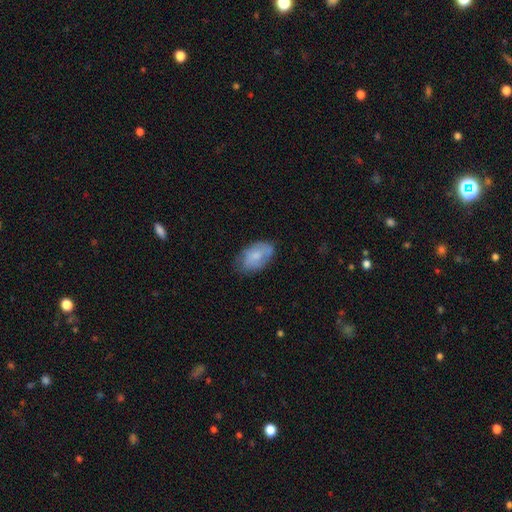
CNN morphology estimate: This appears to be a smooth galaxy with no disk features (68%) that is in between round and cigar-shaped (91%). Merging: none (64%).